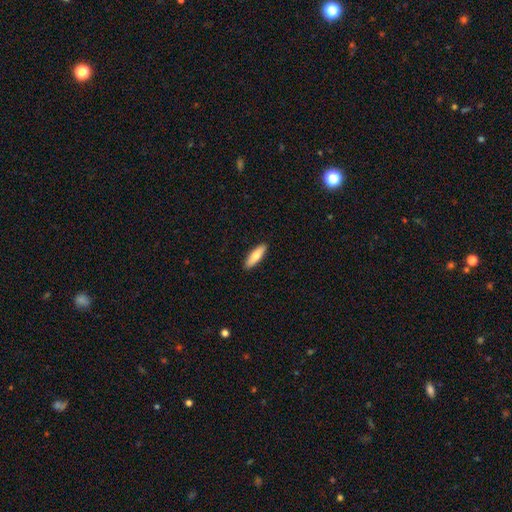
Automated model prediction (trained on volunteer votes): This appears to be a smooth galaxy with no disk features (73%) that is cigar-shaped (58%). Merging: none (91%).